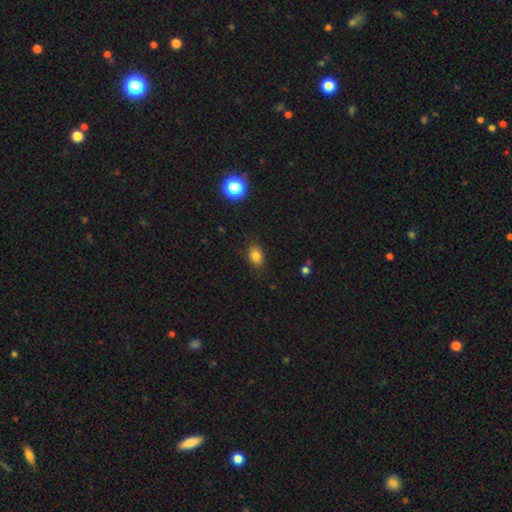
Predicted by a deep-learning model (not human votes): This is clearly a smooth galaxy (82%). How rounded: likely in between (74%). Merging: clearly none (81%).